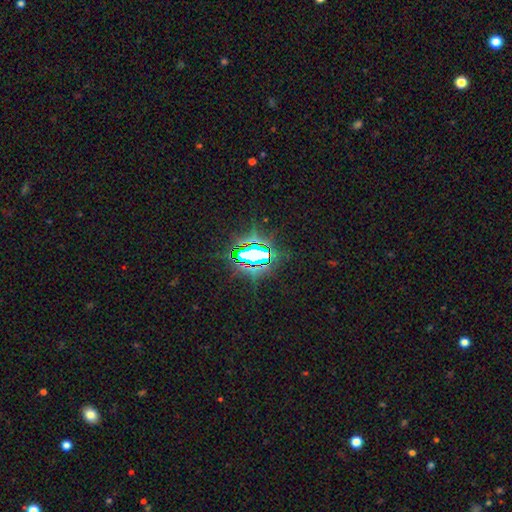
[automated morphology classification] A star or artifact, not a galaxy (77%).